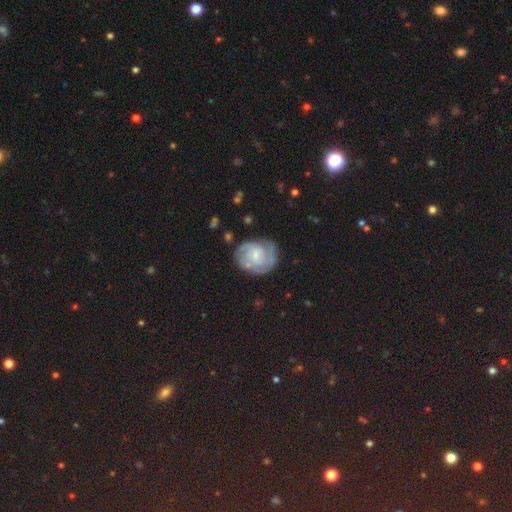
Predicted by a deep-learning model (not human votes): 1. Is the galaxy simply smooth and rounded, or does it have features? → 67% featured or disk, 27% smooth, 6% star or artifact.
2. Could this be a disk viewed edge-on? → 98% no, 2% yes.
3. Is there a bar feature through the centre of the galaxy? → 58% no, 37% weak, 5% strong.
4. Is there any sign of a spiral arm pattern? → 86% yes, 14% no.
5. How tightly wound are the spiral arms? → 49% tight, 38% medium, 13% loose.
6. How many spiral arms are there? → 40% 2, 32% can't tell, 15% 3, 6% 1, 4% 4, 3% more than 4.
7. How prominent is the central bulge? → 60% small, 28% moderate, 8% none, 3% large, 1% dominant.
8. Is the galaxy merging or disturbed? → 65% none, 22% minor disturbance, 10% major disturbance, 3% merger.